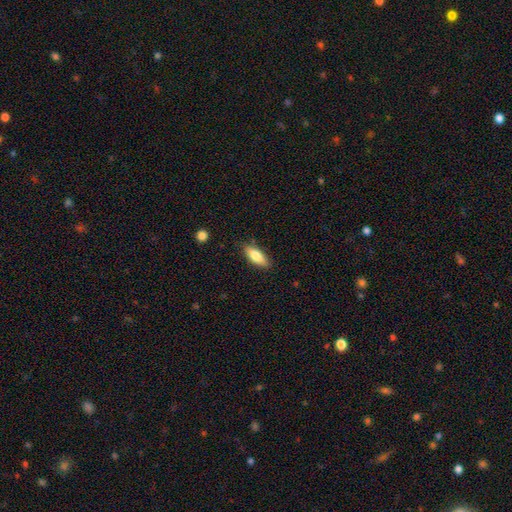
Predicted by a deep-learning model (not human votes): Morphology: type=smooth (80%); roundness=in between (74%); merging=none (85%).